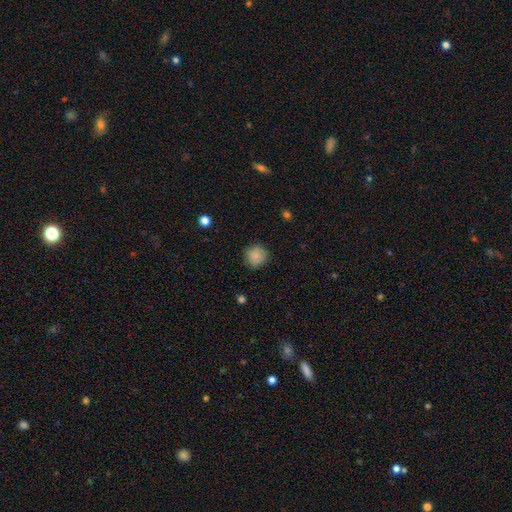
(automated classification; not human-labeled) smooth-or-featured: smooth: 85% | star or artifact: 9% | featured or disk: 7%
  how-rounded: round: 92% | in between: 7% | cigar-shaped: 1%
  merging: none: 83% | minor disturbance: 13% | major disturbance: 3% | merger: 1%